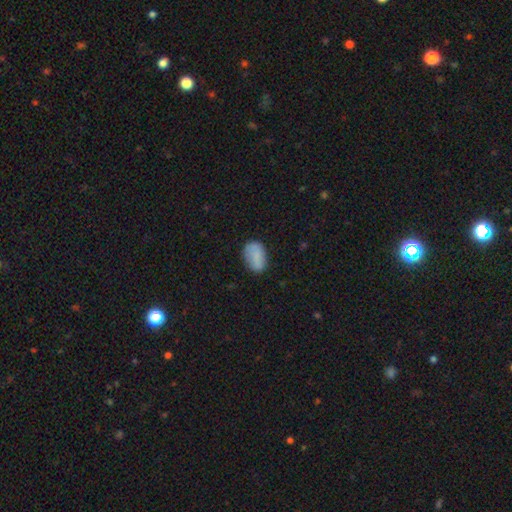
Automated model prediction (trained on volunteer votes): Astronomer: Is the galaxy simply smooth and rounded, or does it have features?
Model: smooth — 83%.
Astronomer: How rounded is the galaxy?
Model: in between — 87%.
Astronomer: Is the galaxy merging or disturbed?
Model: none — 71%.